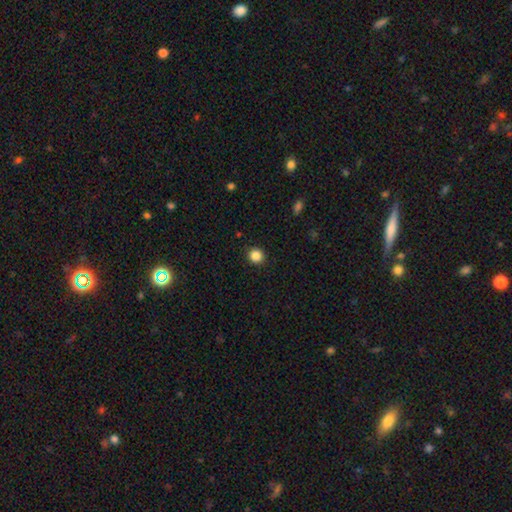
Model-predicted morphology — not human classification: smooth 86%, star or artifact 11%, featured or disk 3%. Down the decision tree: how rounded — round (92%); merging — none (92%).